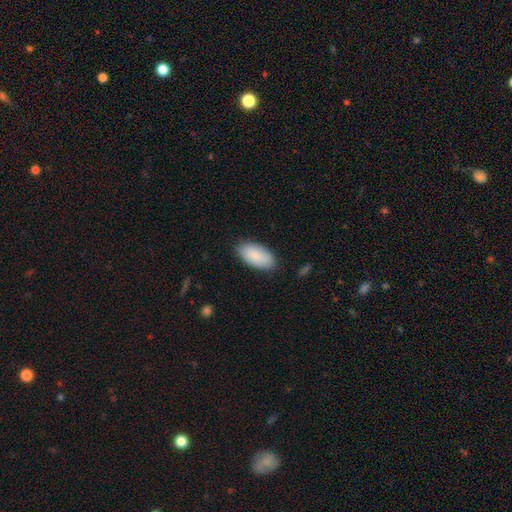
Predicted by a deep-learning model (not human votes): Overall: smooth (89%). How rounded: in between (95%). Merging: none (85%).